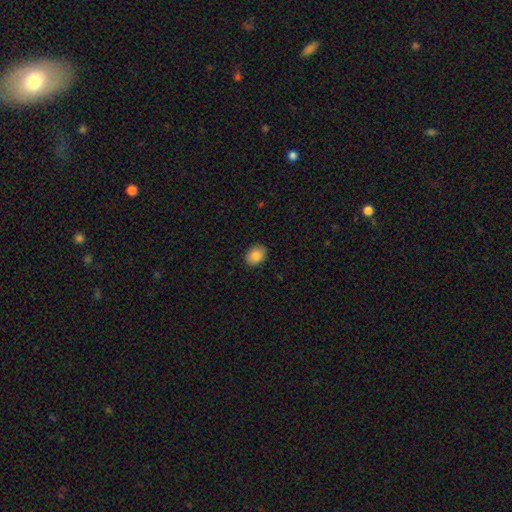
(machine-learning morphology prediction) A smooth galaxy with no disk features (86%) that is in between round and cigar-shaped (67%).

Vote fractions:
- Smooth or featured? smooth: 86% / star or artifact: 8% / featured or disk: 6%
- How rounded? in between: 67% / round: 33% / cigar-shaped: 1%
- Merging? none: 89% / minor disturbance: 8% / major disturbance: 2% / merger: 1%